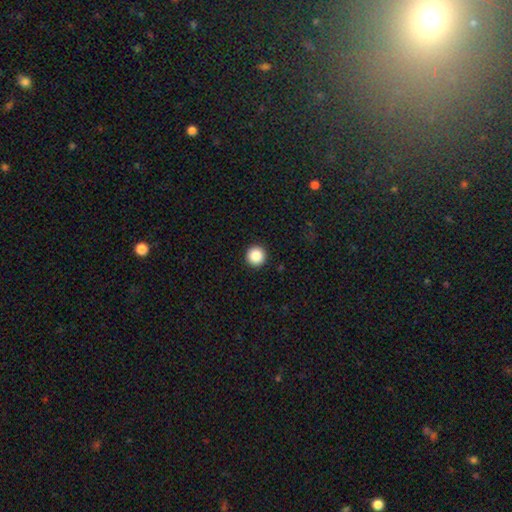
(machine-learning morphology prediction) Smooth or featured? Predicted: smooth (p=0.88). How rounded? Predicted: round (p=0.97). Merging? Predicted: none (p=0.93).